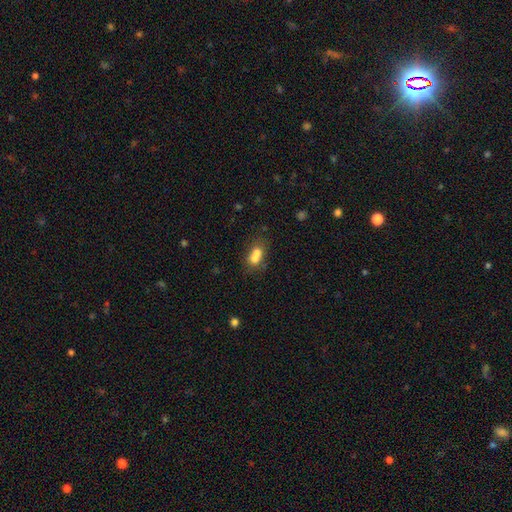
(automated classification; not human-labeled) Smooth or featured? smooth (68%)
How rounded? round (49%, tied with in between)
Merging? merger (64%)